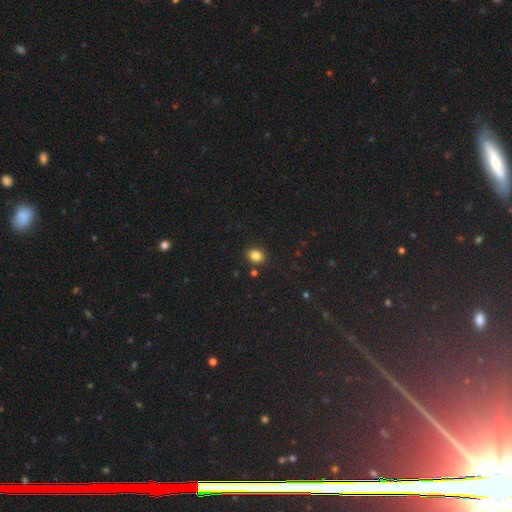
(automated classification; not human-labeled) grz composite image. It shows a smooth galaxy with no disk features (84%) that is round (50%). Merging: none (87%).